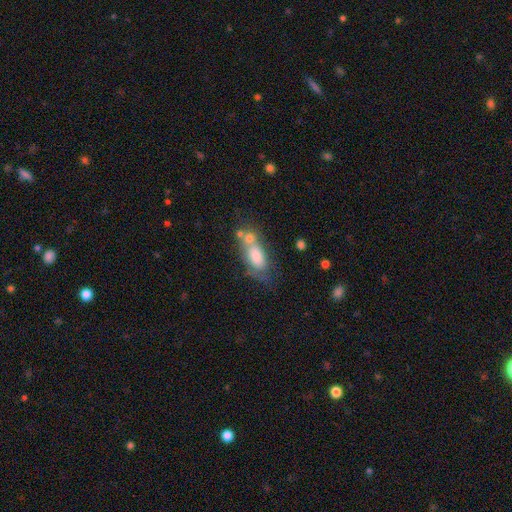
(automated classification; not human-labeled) A smooth galaxy with no disk features (73%) that is in between round and cigar-shaped (82%).

Vote fractions:
- Smooth or featured? smooth: 73% / featured or disk: 19% / star or artifact: 8%
- How rounded? in between: 82% / cigar-shaped: 13% / round: 5%
- Merging? none: 41% / merger: 27% / minor disturbance: 20% / major disturbance: 12%